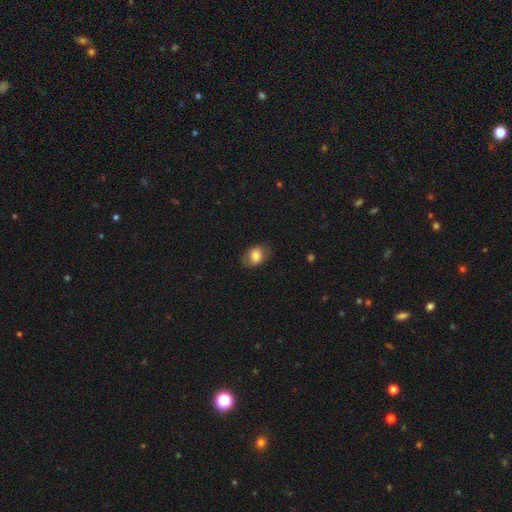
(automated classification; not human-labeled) smooth-or-featured: smooth: 77% | featured or disk: 14% | star or artifact: 8%
  how-rounded: in between: 69% | round: 30% | cigar-shaped: 1%
  merging: none: 76% | minor disturbance: 17% | major disturbance: 6% | merger: 1%